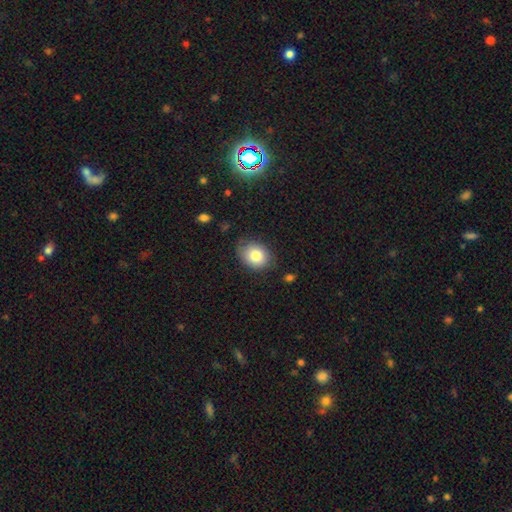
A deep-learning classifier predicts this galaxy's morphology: smooth-or-featured: smooth: 81% | featured or disk: 11% | star or artifact: 9%
  how-rounded: round: 50% | in between: 49% | cigar-shaped: 1%
  merging: none: 75% | minor disturbance: 19% | major disturbance: 4% | merger: 2%